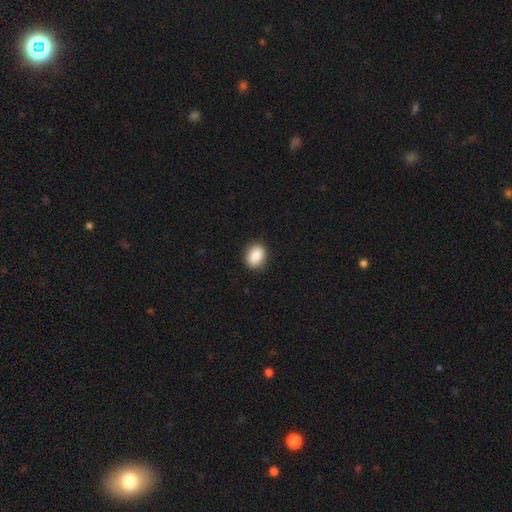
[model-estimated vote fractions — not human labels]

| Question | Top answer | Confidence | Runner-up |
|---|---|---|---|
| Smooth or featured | smooth | 90% | star or artifact (7%) |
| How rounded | in between | 67% | round (32%) |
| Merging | none | 89% | minor disturbance (8%) |